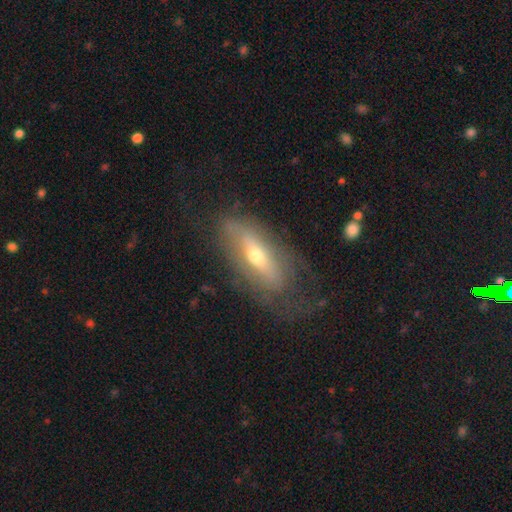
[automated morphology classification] Overall: featured or disk (64%; smooth 28%). Edge-on disk: no (70%; yes 30%). Merging: none (55%; minor disturbance 25%).